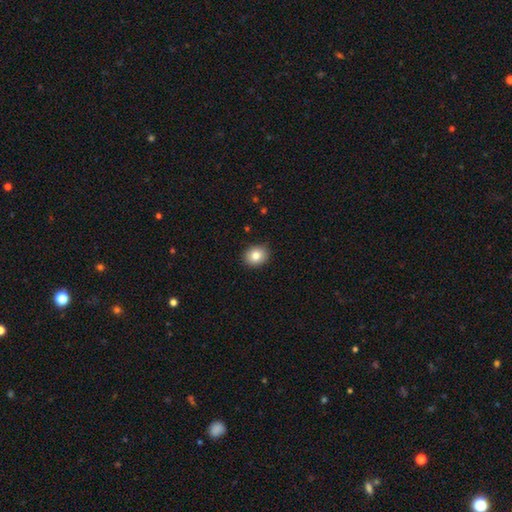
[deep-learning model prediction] smooth-or-featured: smooth: 81% | star or artifact: 10% | featured or disk: 9%
  how-rounded: round: 66% | in between: 33% | cigar-shaped: 1%
  merging: none: 89% | minor disturbance: 8% | major disturbance: 2% | merger: 1%